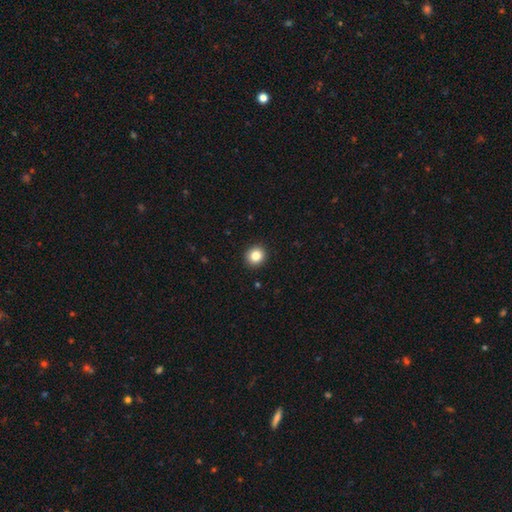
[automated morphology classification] This appears to be a smooth galaxy with no disk features (85%) that is round (87%). Merging: none (92%).